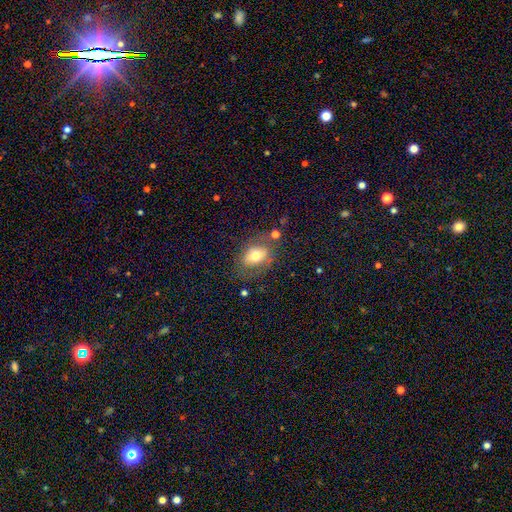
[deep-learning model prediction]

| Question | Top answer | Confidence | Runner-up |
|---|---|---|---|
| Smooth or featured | smooth | 66% | featured or disk (25%) |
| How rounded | in between | 77% | round (21%) |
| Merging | none | 65% | minor disturbance (19%) |